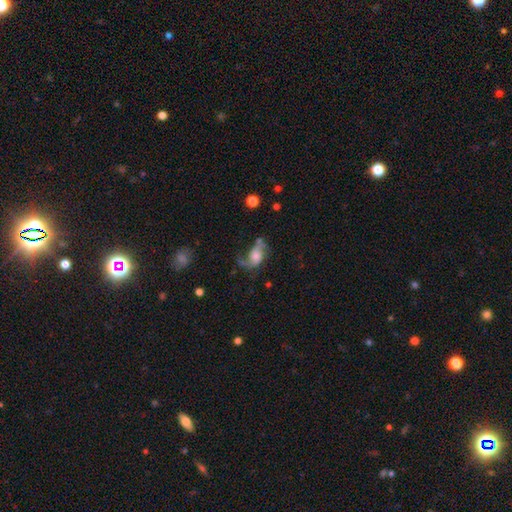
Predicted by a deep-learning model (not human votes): Smooth or featured? featured or disk (61%)
Edge-on disk? no (96%)
Bar? no (64%)
Spiral arms? yes (84%)
Bulge size? moderate (31%)
Merging? none (36%)